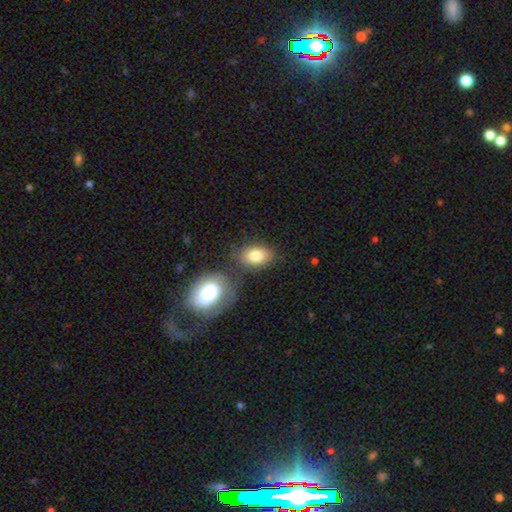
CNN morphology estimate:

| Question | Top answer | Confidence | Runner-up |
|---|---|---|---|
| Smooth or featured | smooth | 82% | featured or disk (10%) |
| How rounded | in between | 84% | round (15%) |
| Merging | none | 65% | merger (17%) |